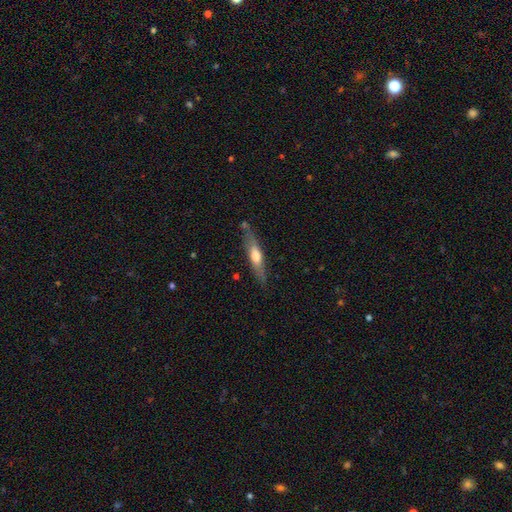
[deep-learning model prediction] Smooth or featured?
  - featured or disk: 51% *
  - smooth: 43%
  - star or artifact: 6%
Edge-on disk?
  - yes: 87% *
  - no: 13%
Merging?
  - none: 76% *
  - minor disturbance: 16%
  - merger: 4%
  - major disturbance: 4%